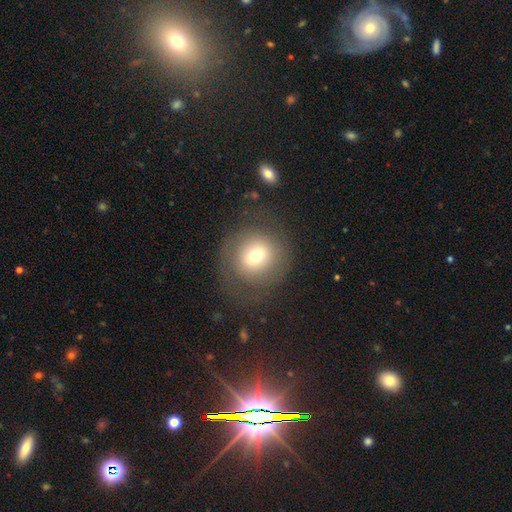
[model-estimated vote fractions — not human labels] Morphology: type=smooth (62%); roundness=round (86%); merging=none (71%).